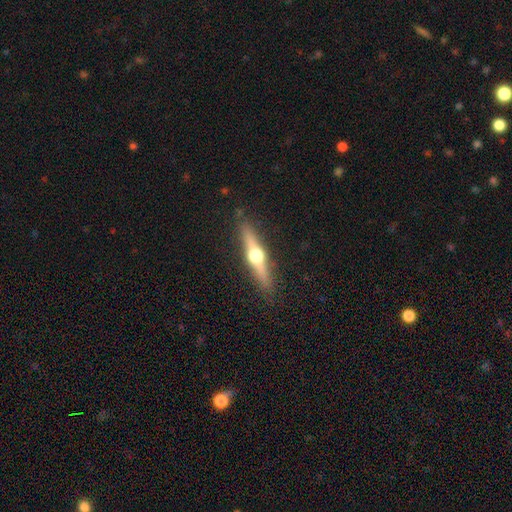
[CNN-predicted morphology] Q: Smooth or featured?
A: featured or disk (70%); runner-up: smooth (24%)
Q: Edge-on disk?
A: yes (97%); runner-up: no (3%)
Q: Edge-on bulge?
A: rounded (96%); runner-up: boxy (2%)
Q: Merging?
A: none (89%); runner-up: minor disturbance (8%)